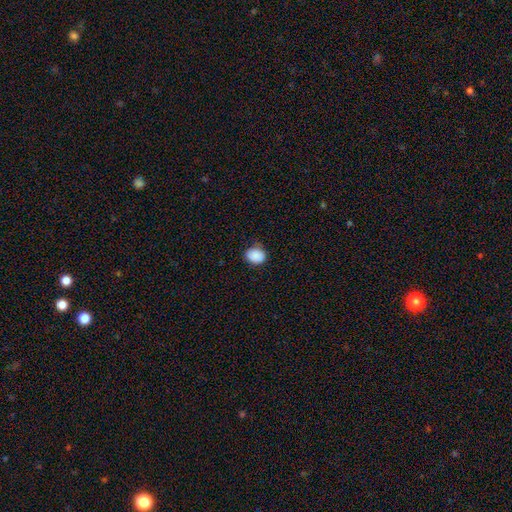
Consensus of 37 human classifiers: Smooth or featured: smooth — 97% (star or artifact — 3%)
How rounded: in between — 58% (round — 42%)
Merging: none — 92% (minor disturbance — 8%)